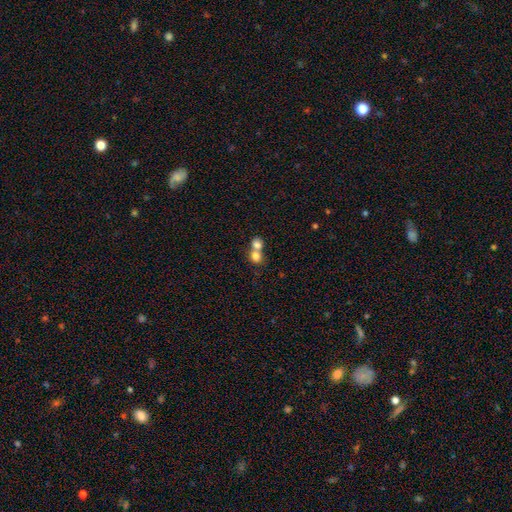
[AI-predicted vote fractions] The model was most divided on "merging": merger: 67%, none: 27%, minor disturbance: 4%, major disturbance: 2%. More confident: smooth or featured — smooth (78%); how rounded — round (75%).